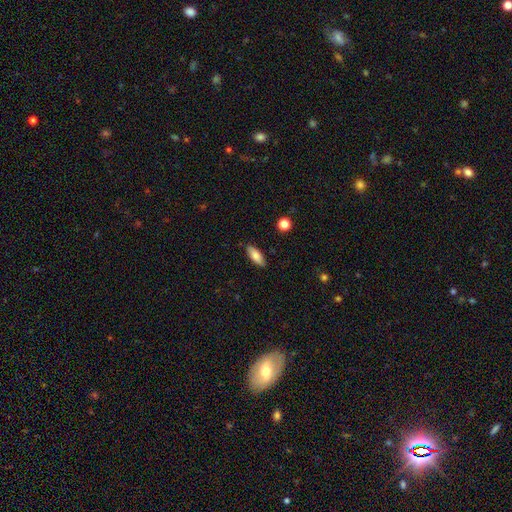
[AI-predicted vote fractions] smooth 80%, featured or disk 13%, star or artifact 7%. Down the decision tree: how rounded — in between (76%); merging — none (87%).